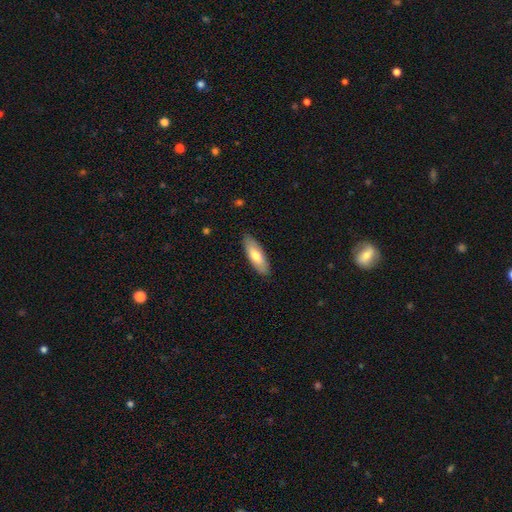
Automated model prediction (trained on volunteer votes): A smooth galaxy with no disk features (69%) that is in between round and cigar-shaped (63%).

Vote fractions:
- Smooth or featured? smooth: 69% / featured or disk: 26% / star or artifact: 5%
- How rounded? in between: 63% / cigar-shaped: 35% / round: 2%
- Merging? none: 87% / minor disturbance: 10% / major disturbance: 2% / merger: 1%